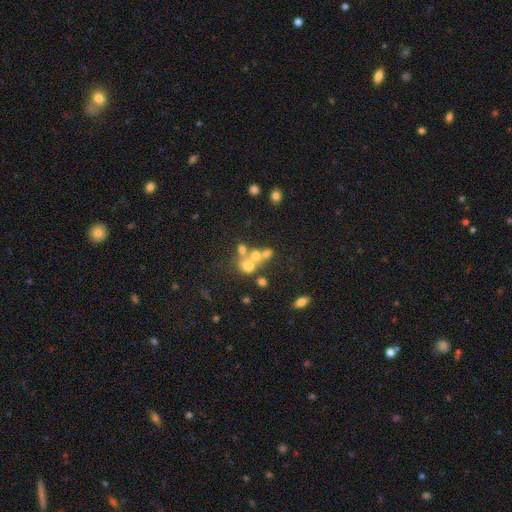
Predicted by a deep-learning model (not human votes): smooth_or_featured: smooth (p=0.52) [alt: featured or disk p=0.29]
how_rounded: round (p=0.69) [alt: in between p=0.29]
merging: merger (p=0.55) [alt: none p=0.30]